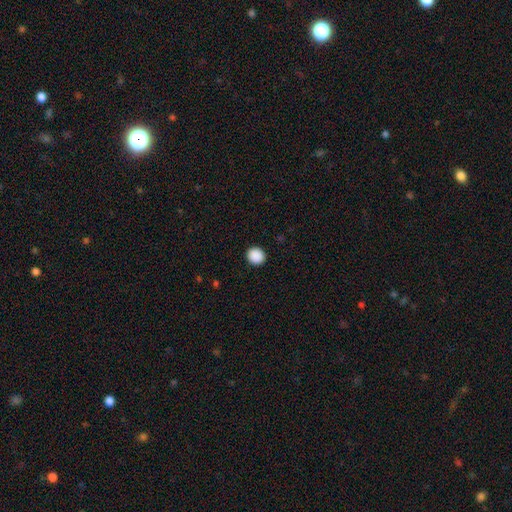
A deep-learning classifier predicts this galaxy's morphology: A smooth galaxy with no disk features (90%) that is round (86%). Merging: none (92%).